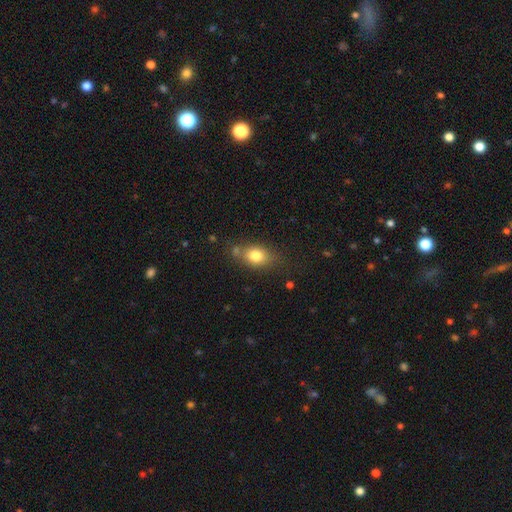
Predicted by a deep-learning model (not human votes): The model was most divided on "how rounded": in between: 69%, round: 27%, cigar-shaped: 3%. More confident: smooth or featured — smooth (79%); merging — none (65%).